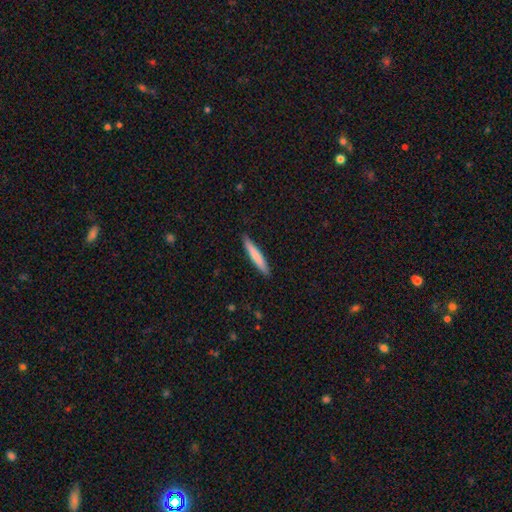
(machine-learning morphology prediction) type=smooth (75%); roundness=cigar-shaped (94%); merging=none (90%).